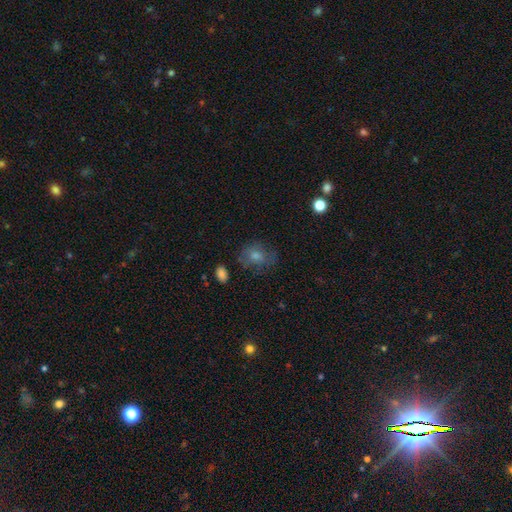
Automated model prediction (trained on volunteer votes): smooth 56%, featured or disk 26%, star or artifact 18%. Down the decision tree: how rounded — round (50%); merging — none (67%).